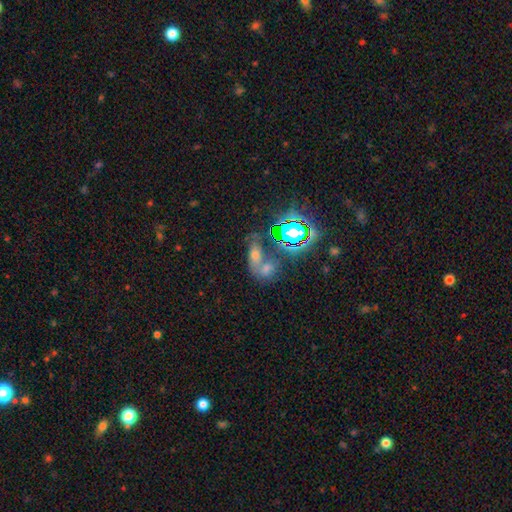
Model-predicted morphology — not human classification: A smooth galaxy with no disk features (40%).

Vote fractions:
- Smooth or featured? smooth: 40% / star or artifact: 39% / featured or disk: 21%
- Merging? merger: 52% / none: 32% / minor disturbance: 9% / major disturbance: 7%